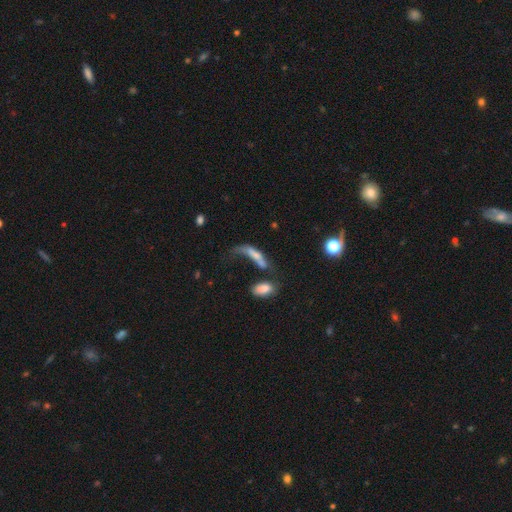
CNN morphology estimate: smooth-or-featured: smooth: 56% | featured or disk: 32% | star or artifact: 12%
  how-rounded: cigar-shaped: 53% | in between: 42% | round: 4%
  merging: major disturbance: 37% | merger: 33% | none: 17% | minor disturbance: 13%